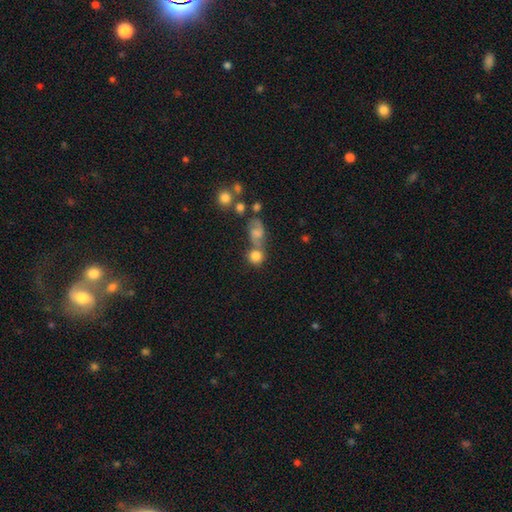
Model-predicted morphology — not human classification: A smooth galaxy with no disk features (79%) that is round (82%). Merging: none (47%).